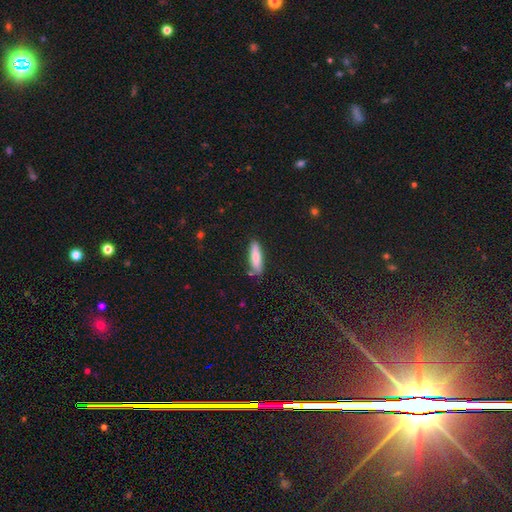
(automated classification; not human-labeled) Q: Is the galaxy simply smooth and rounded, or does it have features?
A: smooth — 77%.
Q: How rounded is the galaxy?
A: cigar-shaped — 70%.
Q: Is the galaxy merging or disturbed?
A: none — 83%.